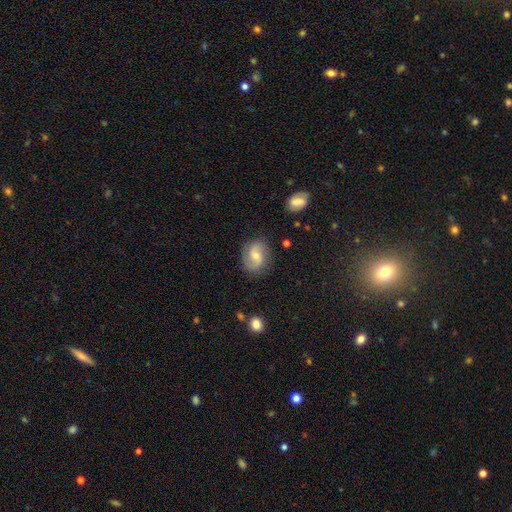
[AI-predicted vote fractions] The model was most divided on "bar": no: 46%, weak: 44%, strong: 10%. Remaining: edge-on disk — no (97%); spiral arms — yes (90%); spiral arm count — 2 (88%); merging — none (80%); smooth or featured — featured or disk (58%); bulge size — moderate (56%); spiral winding — loose (43%).